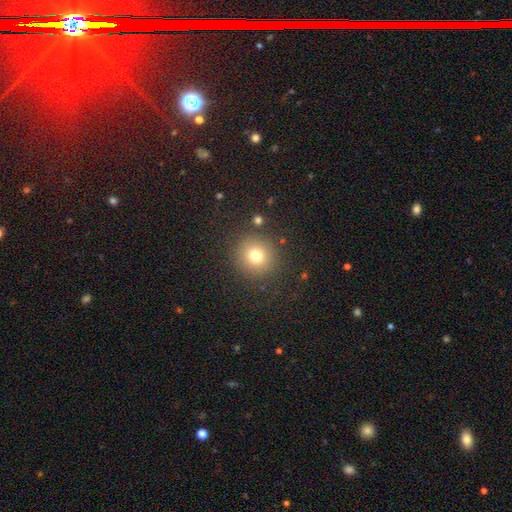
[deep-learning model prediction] Smooth or featured? smooth (76%)
How rounded? round (93%)
Merging? none (87%)